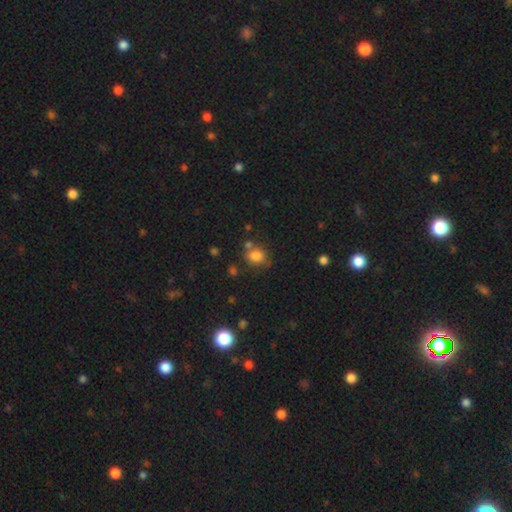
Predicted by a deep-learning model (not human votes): Smooth or featured?
  - smooth: 80% *
  - star or artifact: 13%
  - featured or disk: 7%
How rounded?
  - round: 59% *
  - in between: 39%
  - cigar-shaped: 1%
Merging?
  - none: 65% *
  - minor disturbance: 16%
  - merger: 14%
  - major disturbance: 5%